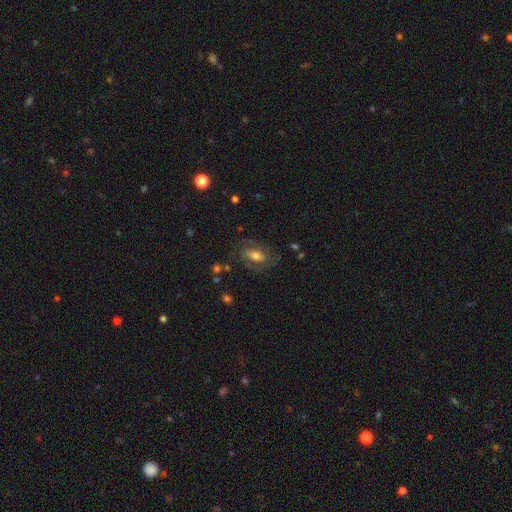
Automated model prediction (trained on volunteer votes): Q: Smooth or featured?
A: featured or disk (60%); runner-up: smooth (31%)
Q: Edge-on disk?
A: no (92%); runner-up: yes (8%)
Q: Bar?
A: no (41%); runner-up: weak (36%)
Q: Spiral arms?
A: yes (78%); runner-up: no (22%)
Q: Bulge size?
A: moderate (60%); runner-up: small (22%)
Q: Merging?
A: none (67%); runner-up: minor disturbance (18%)